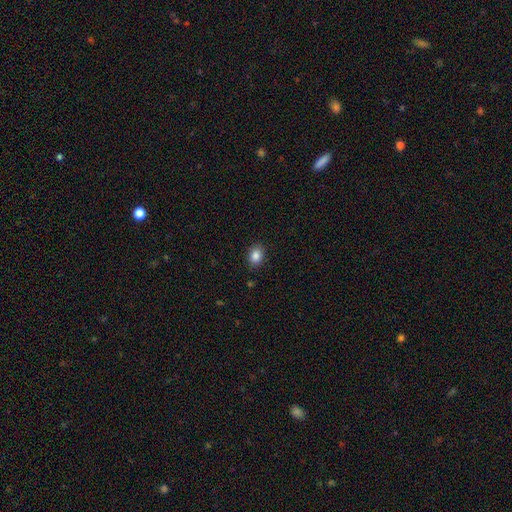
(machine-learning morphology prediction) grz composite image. It shows a smooth galaxy with no disk features (86%) that is in between round and cigar-shaped (66%). Merging: none (88%).